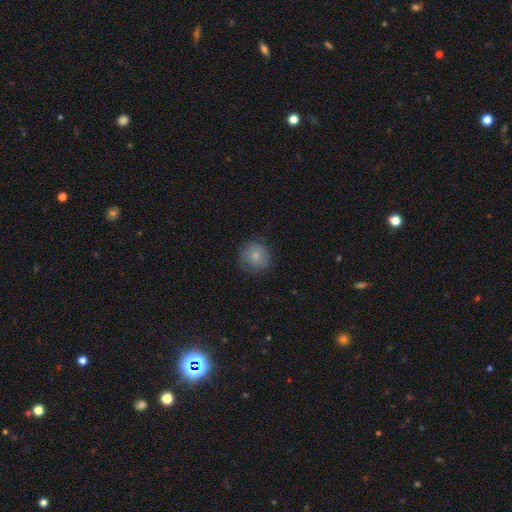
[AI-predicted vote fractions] Overall: smooth (80%). How rounded: round (91%). Merging: none (80%).